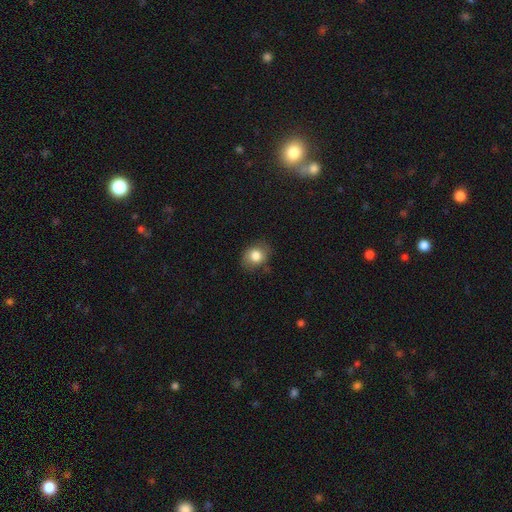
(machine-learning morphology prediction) A smooth galaxy with no disk features (81%) that is round (50%). Merging: none (75%).